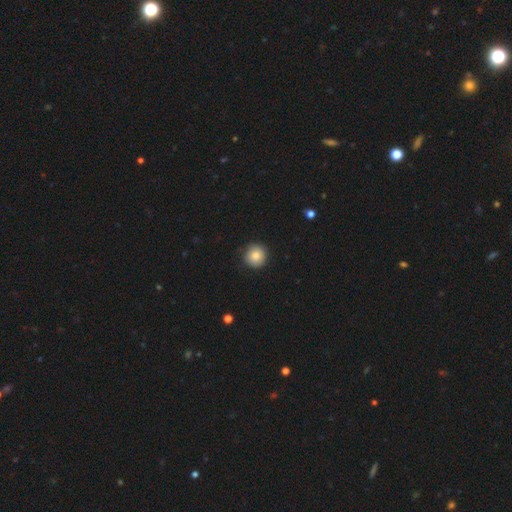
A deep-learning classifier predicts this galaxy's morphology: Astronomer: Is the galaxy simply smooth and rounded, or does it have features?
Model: smooth — 85%.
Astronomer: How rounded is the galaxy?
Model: round — 94%.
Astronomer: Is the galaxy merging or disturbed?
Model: none — 88%.